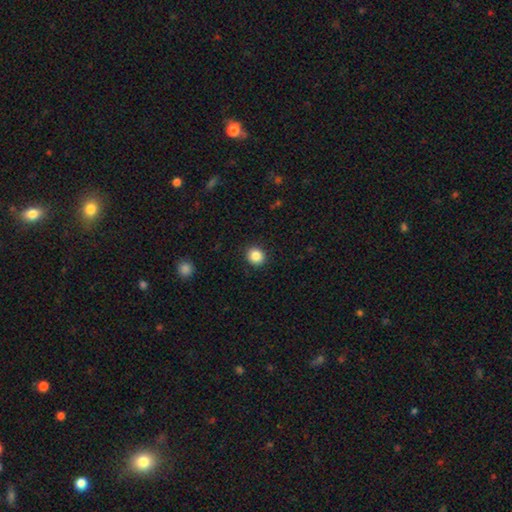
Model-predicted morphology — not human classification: Smooth or featured: smooth — 86% (star or artifact — 10%)
How rounded: round — 86% (in between — 13%)
Merging: none — 91% (minor disturbance — 6%)